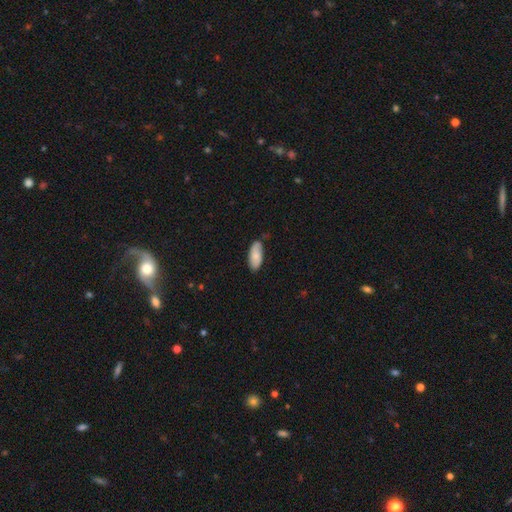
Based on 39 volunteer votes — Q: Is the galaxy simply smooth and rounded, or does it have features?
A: smooth — 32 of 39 (82%).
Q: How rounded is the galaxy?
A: in between — 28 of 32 (88%).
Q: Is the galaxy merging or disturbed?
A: none — 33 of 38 (87%).